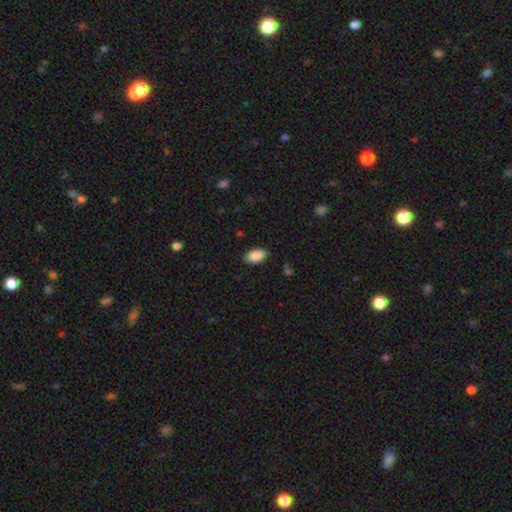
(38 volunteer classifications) This is clearly a smooth galaxy (97%). How rounded: clearly in between (97%). Merging: likely none (78%).